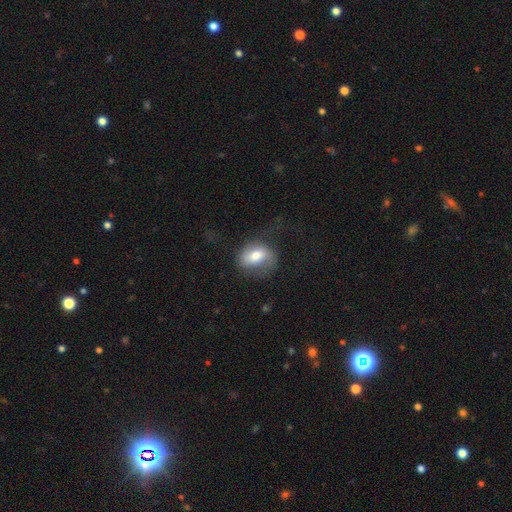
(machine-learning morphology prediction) Smooth or featured? Predicted: smooth (p=0.61). How rounded? Predicted: in between (p=0.75). Merging? Predicted: none (p=0.46).